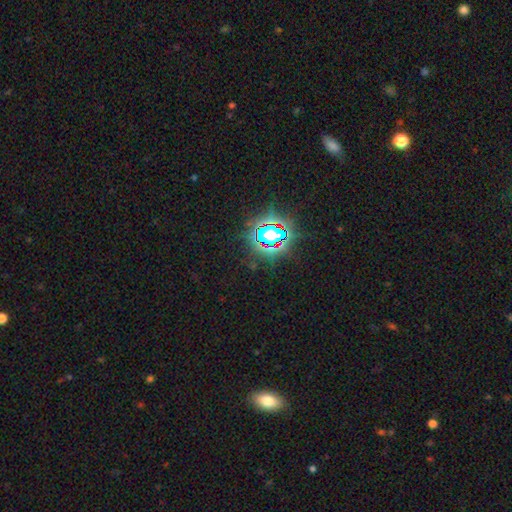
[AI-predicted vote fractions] smooth_or_featured: star or artifact (p=0.79) [alt: smooth p=0.13]